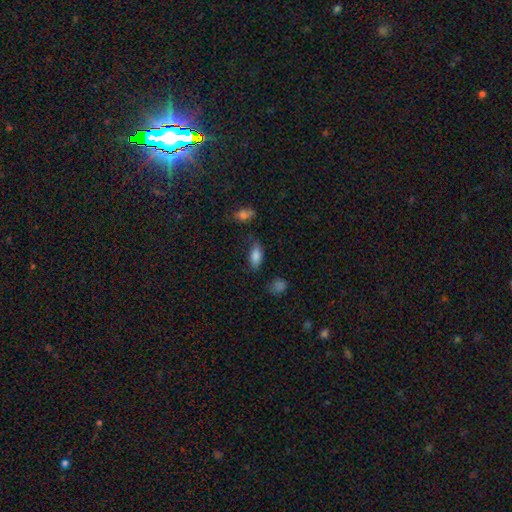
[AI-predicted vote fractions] Smooth or featured? smooth (83%)
How rounded? in between (88%)
Merging? none (70%)